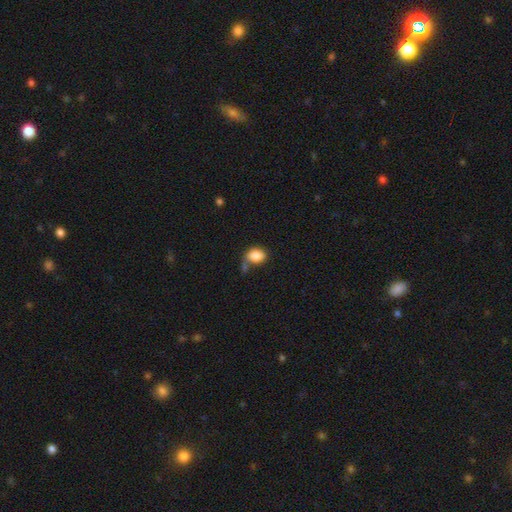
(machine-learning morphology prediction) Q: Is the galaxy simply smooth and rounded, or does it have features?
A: smooth — 86%.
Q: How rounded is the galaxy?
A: in between — 68%.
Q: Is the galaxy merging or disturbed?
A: none — 49%.